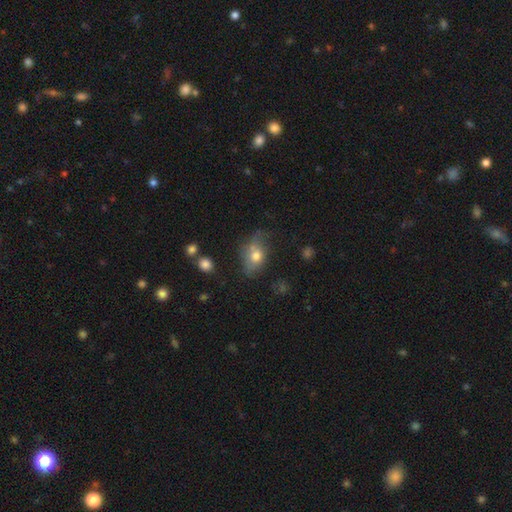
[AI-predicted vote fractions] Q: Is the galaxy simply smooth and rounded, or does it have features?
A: smooth — 70%.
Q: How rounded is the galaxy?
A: in between — 77%.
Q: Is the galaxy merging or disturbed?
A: none — 43%.